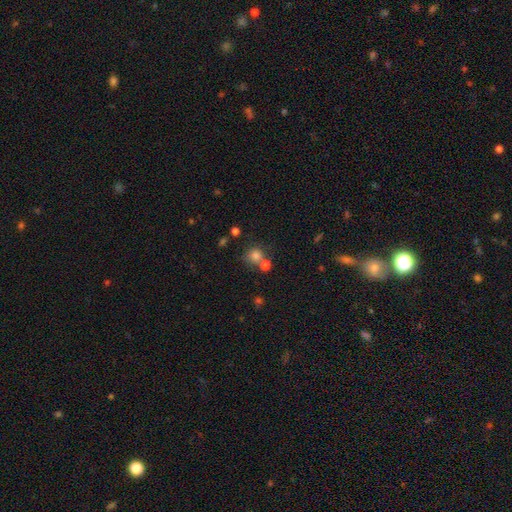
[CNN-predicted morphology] smooth 77%, star or artifact 14%, featured or disk 9%. Down the decision tree: how rounded — round (84%); merging — none (53%).